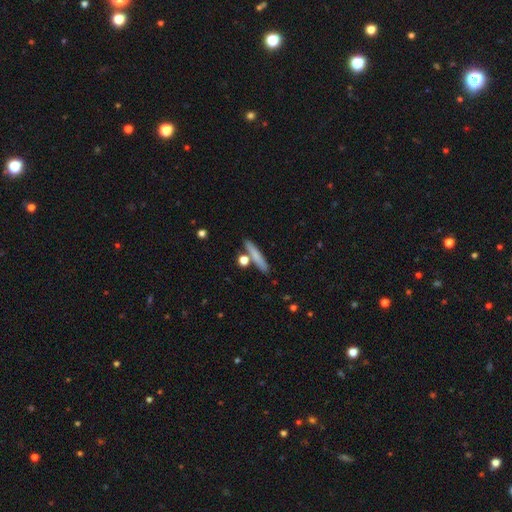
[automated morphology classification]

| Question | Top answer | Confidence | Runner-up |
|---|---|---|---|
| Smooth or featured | smooth | 73% | featured or disk (20%) |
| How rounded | cigar-shaped | 87% | in between (8%) |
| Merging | none | 80% | minor disturbance (9%) |